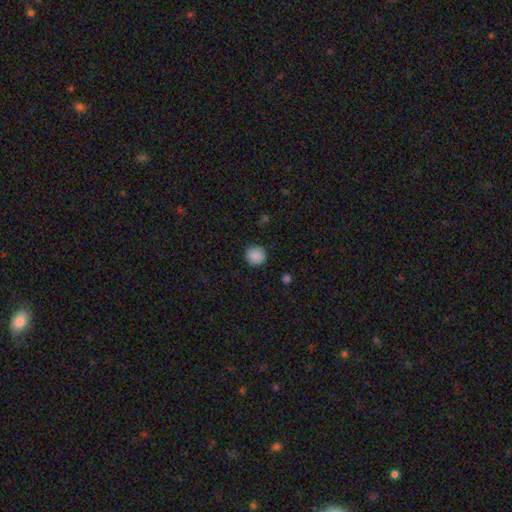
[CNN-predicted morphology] A smooth galaxy with no disk features (88%) that is round (93%). Merging: none (90%).